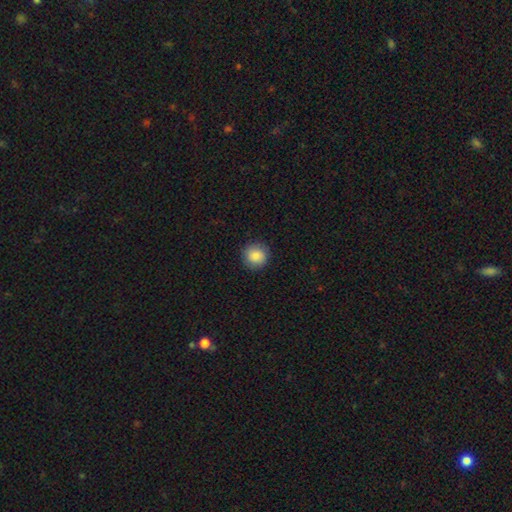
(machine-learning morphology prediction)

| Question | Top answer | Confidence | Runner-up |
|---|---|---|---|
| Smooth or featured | smooth | 86% | star or artifact (8%) |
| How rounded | round | 94% | in between (5%) |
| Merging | none | 89% | minor disturbance (8%) |